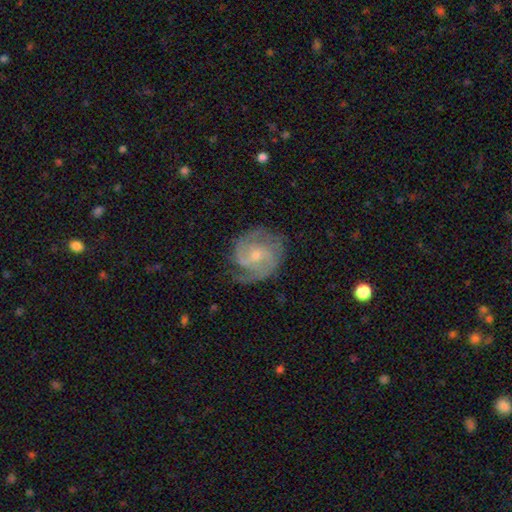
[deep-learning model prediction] Smooth or featured? featured or disk (86%)
Edge-on disk? no (98%)
Bar? no (54%)
Spiral arms? yes (97%)
Spiral winding? medium (45%)
Spiral arm count? 2 (61%)
Bulge size? small (61%)
Merging? none (71%)